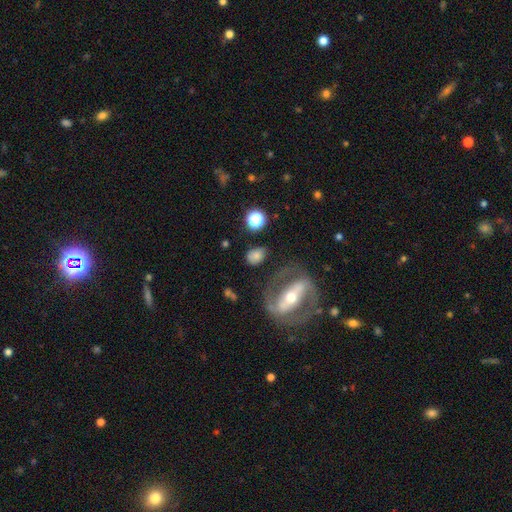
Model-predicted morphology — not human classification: Smooth or featured?
  - smooth: 60% *
  - featured or disk: 29%
  - star or artifact: 11%
How rounded?
  - in between: 62% *
  - round: 35%
  - cigar-shaped: 3%
Merging?
  - none: 74% *
  - minor disturbance: 14%
  - major disturbance: 8%
  - merger: 4%